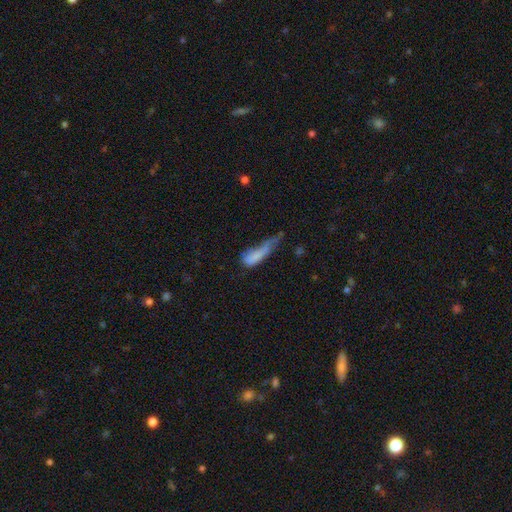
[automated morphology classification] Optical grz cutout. It shows a smooth galaxy with no disk features (69%) that is cigar-shaped (51%). Merging: major disturbance (42%).